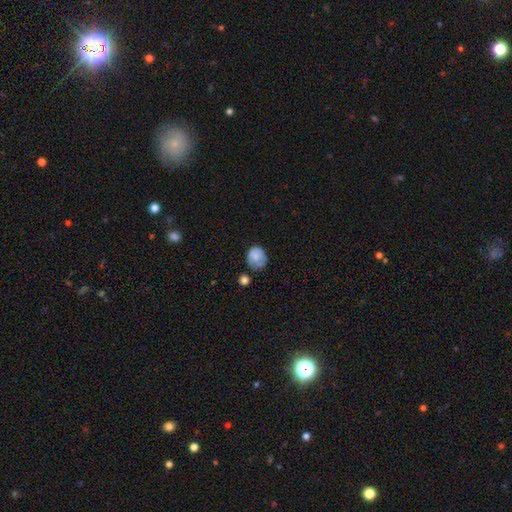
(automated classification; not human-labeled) smooth-or-featured: smooth: 70% | featured or disk: 22% | star or artifact: 8%
  how-rounded: round: 69% | in between: 30% | cigar-shaped: 1%
  merging: none: 56% | minor disturbance: 29% | major disturbance: 9% | merger: 6%